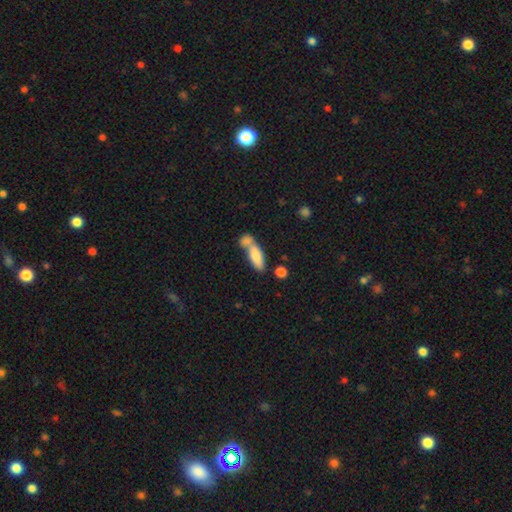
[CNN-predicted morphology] smooth-or-featured: smooth: 79% | featured or disk: 15% | star or artifact: 7%
  how-rounded: in between: 67% | cigar-shaped: 30% | round: 3%
  merging: merger: 51% | none: 34% | minor disturbance: 11% | major disturbance: 5%